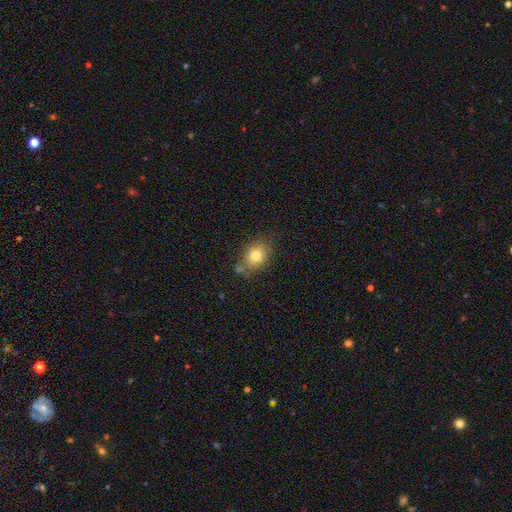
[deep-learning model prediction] The model was most divided on "how rounded": in between: 55%, round: 44%, cigar-shaped: 1%. More confident: smooth or featured — smooth (79%); merging — none (70%).